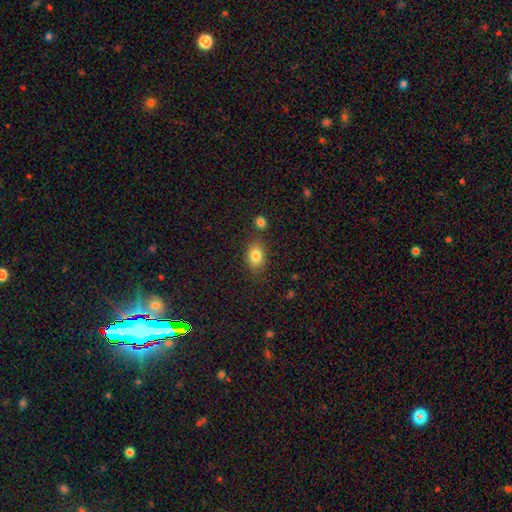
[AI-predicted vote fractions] Overall: smooth (82%). How rounded: in between (77%). Merging: none (78%).